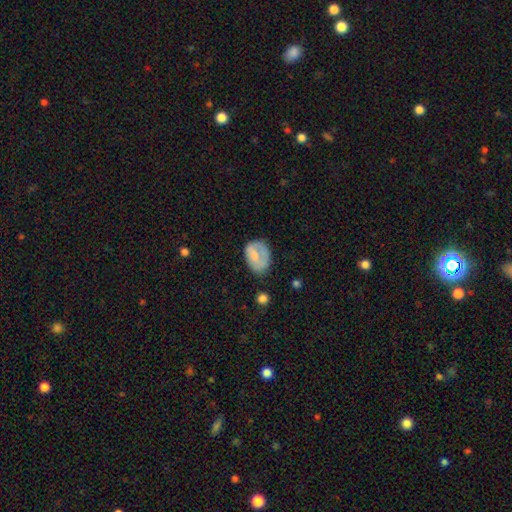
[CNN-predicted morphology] Smooth or featured: smooth — 66% (featured or disk — 27%)
How rounded: in between — 78% (round — 21%)
Merging: none — 51% (minor disturbance — 29%)